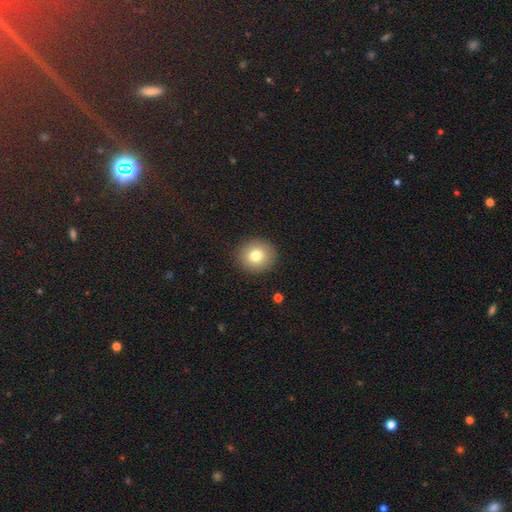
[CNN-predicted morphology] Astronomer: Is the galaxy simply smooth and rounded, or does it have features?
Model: smooth — 78%.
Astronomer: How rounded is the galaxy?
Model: round — 89%.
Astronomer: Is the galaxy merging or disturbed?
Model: none — 91%.